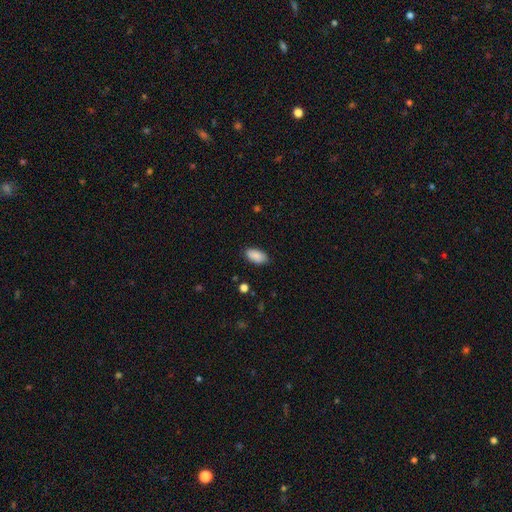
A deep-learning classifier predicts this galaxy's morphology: Overall: smooth (90%). How rounded: in between (94%). Merging: none (87%).